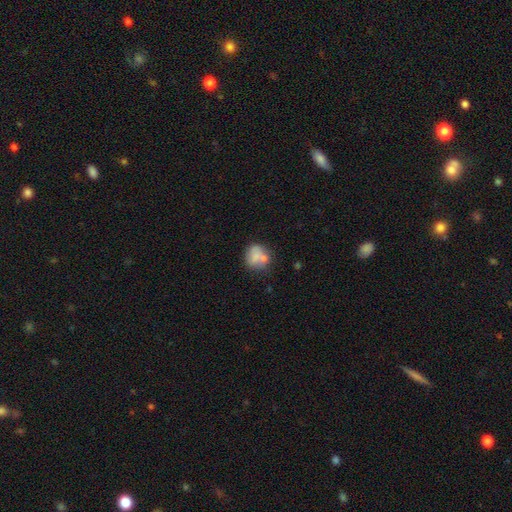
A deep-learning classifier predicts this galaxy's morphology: Overall: smooth (70%). How rounded: round (76%). Merging: none (50%; merger 24%).